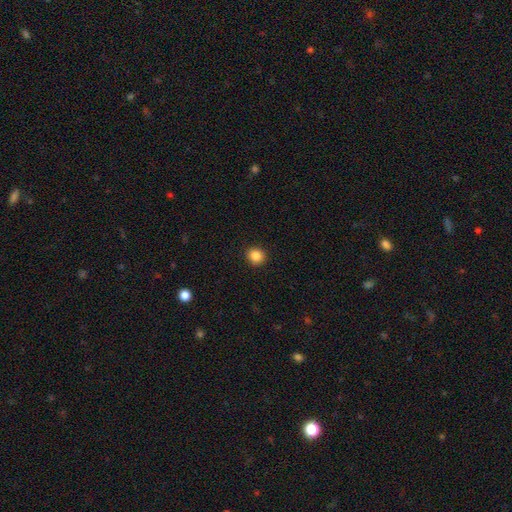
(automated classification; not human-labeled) Morphology: type=smooth (86%); roundness=round (89%); merging=none (92%).